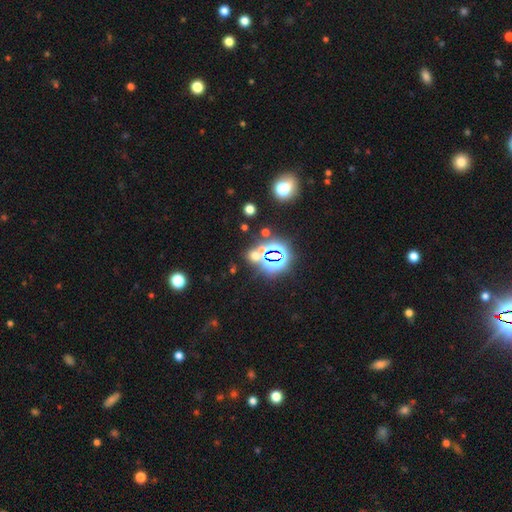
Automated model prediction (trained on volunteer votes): star or artifact 58%, smooth 34%, featured or disk 8%.